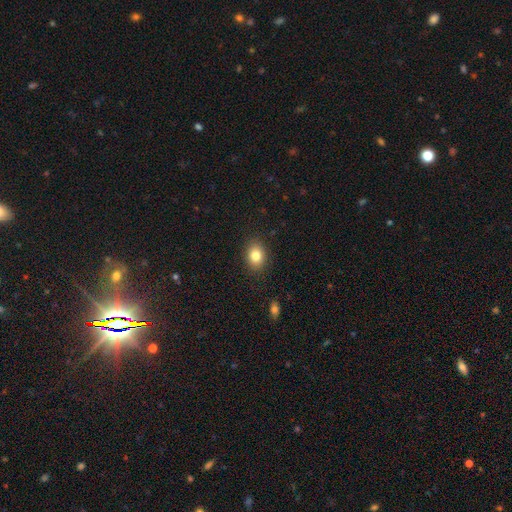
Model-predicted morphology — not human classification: Smooth or featured? smooth (83%)
How rounded? in between (63%)
Merging? none (88%)